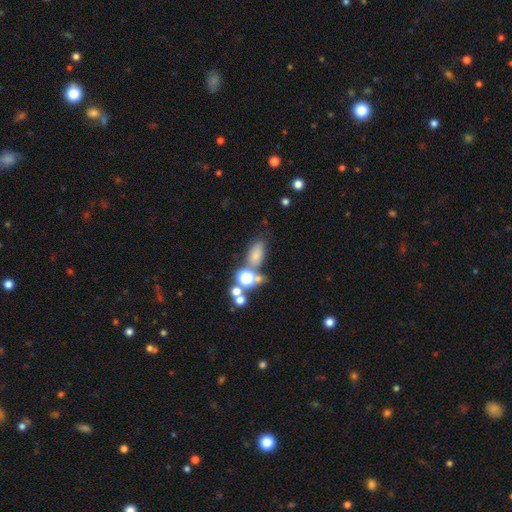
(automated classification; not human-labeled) smooth 66%, star or artifact 20%, featured or disk 14%. Down the decision tree: how rounded — in between (76%); merging — none (50%).